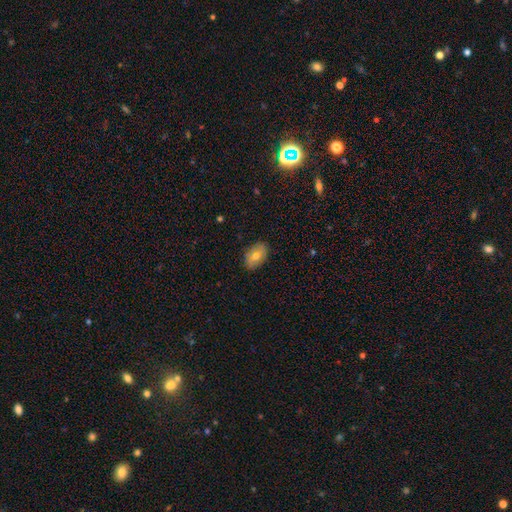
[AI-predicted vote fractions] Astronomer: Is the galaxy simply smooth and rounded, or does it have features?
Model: smooth — 67%.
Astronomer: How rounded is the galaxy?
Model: in between — 89%.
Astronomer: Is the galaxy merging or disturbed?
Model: none — 86%.